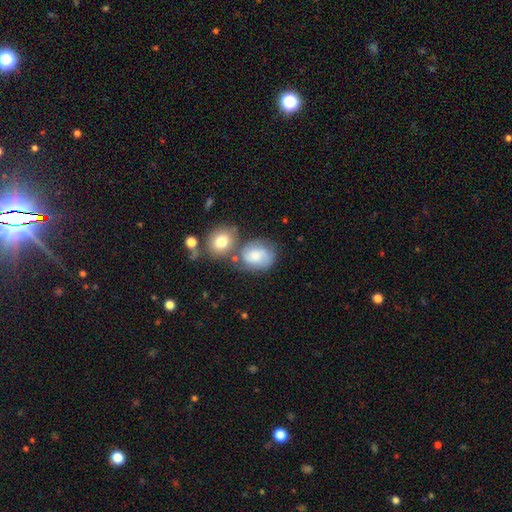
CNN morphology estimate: This is possibly a smooth galaxy (55%). How rounded: possibly in between (52%). Merging: possibly none (47%).